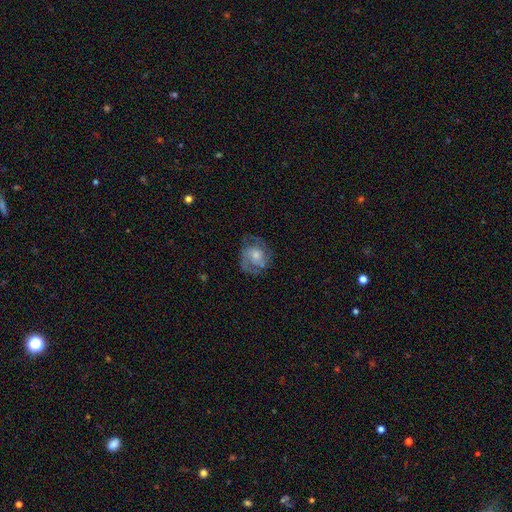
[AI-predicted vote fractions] Morphology: type=featured or disk (58%); edge-on=no (97%); bar=no (75%); spiral arms=yes (77%); bulge=moderate (44%); merging=none (62%).